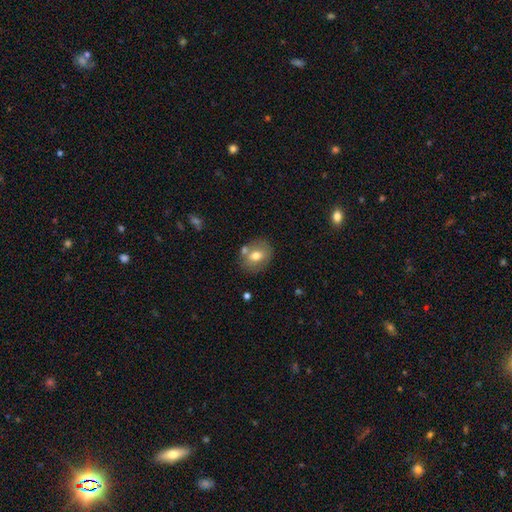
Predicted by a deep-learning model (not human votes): smooth_or_featured: smooth (p=0.68) [alt: featured or disk p=0.23]
how_rounded: round (p=0.54) [alt: in between p=0.45]
merging: none (p=0.69) [alt: merger p=0.14]